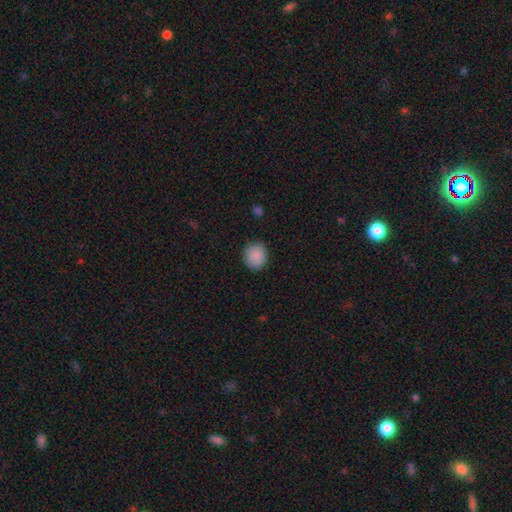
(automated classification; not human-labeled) Q: Smooth or featured?
A: smooth (89%); runner-up: star or artifact (8%)
Q: How rounded?
A: round (83%); runner-up: in between (16%)
Q: Merging?
A: none (88%); runner-up: minor disturbance (8%)